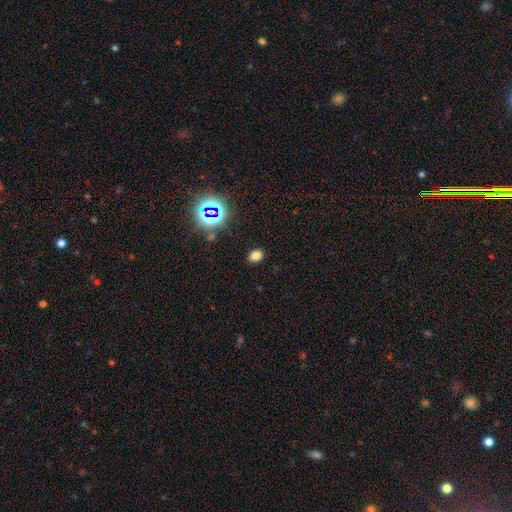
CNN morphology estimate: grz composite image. It shows a smooth galaxy with no disk features (74%) that is in between round and cigar-shaped (72%). Merging: none (87%).